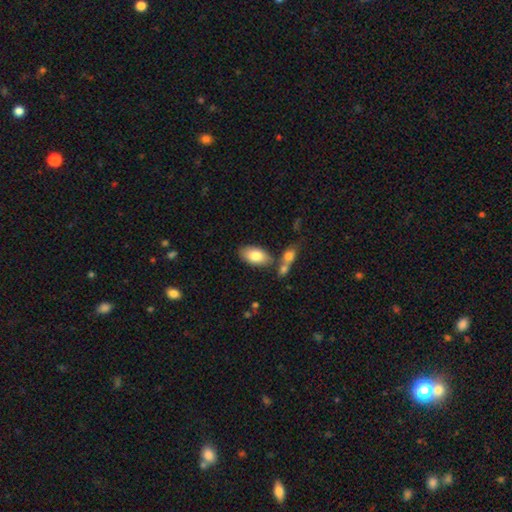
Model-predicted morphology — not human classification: smooth 81%, featured or disk 13%, star or artifact 6%. Down the decision tree: how rounded — in between (94%); merging — none (67%).